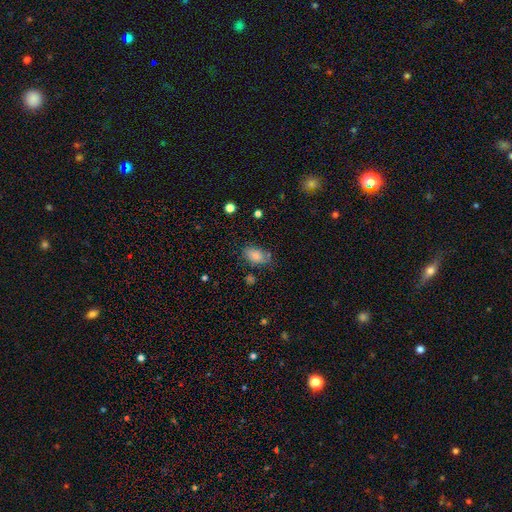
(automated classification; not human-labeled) A smooth galaxy with no disk features (80%) that is in between round and cigar-shaped (90%). Merging: none (67%).